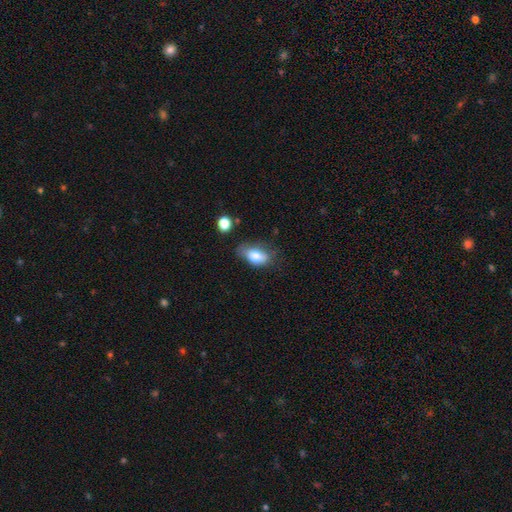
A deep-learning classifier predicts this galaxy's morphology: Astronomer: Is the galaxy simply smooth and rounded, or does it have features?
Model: smooth — 75%.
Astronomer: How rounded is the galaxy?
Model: in between — 87%.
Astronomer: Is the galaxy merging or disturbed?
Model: none — 48% (runner-up: minor disturbance, 34%).